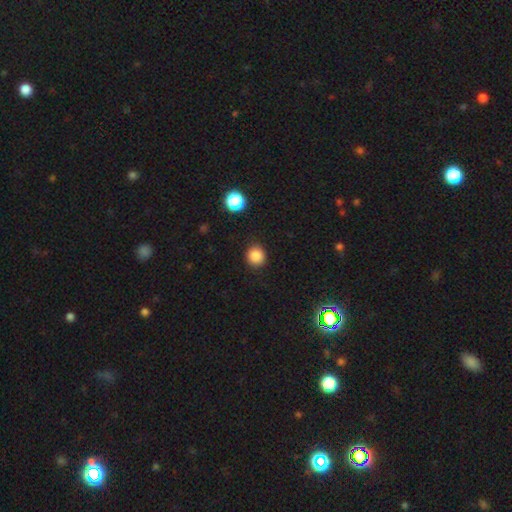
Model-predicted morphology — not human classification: Smooth or featured? smooth (86%)
How rounded? round (90%)
Merging? none (89%)